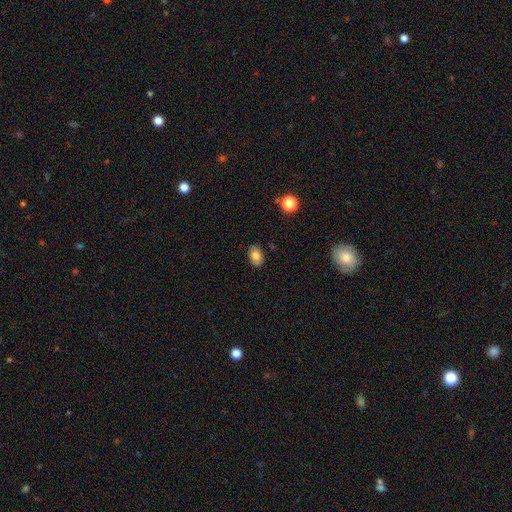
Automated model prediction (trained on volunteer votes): This is clearly a smooth galaxy (80%). How rounded: clearly in between (85%). Merging: clearly none (86%).